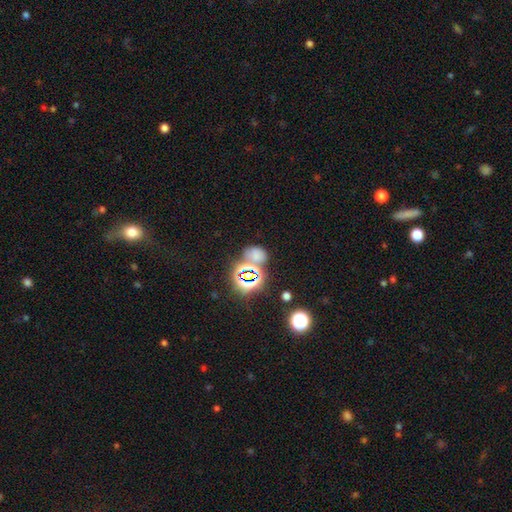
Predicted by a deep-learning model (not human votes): A smooth galaxy with no disk features (46%). Merging: none (50%).